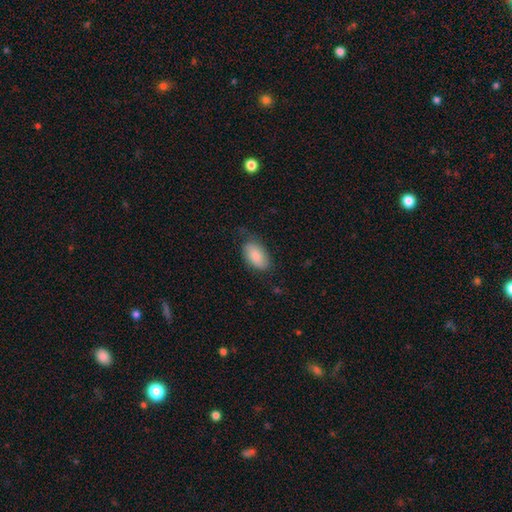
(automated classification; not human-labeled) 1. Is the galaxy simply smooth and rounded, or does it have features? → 80% smooth, 14% featured or disk, 6% star or artifact.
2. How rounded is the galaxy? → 94% in between, 4% round, 2% cigar-shaped.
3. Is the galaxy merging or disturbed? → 67% none, 25% minor disturbance, 8% major disturbance, 1% merger.